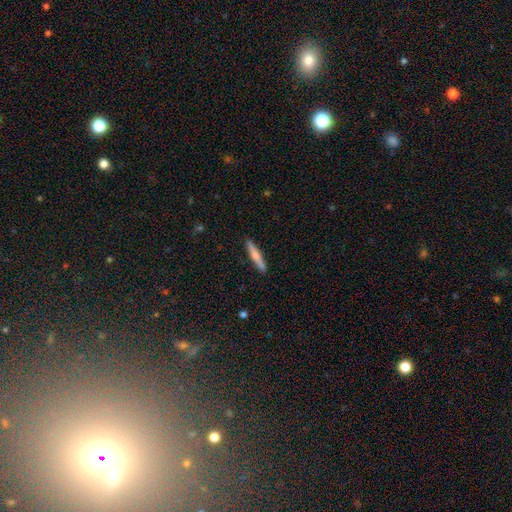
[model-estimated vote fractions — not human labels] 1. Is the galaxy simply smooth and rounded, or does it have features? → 57% smooth, 37% featured or disk, 5% star or artifact.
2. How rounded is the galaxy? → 92% cigar-shaped, 6% in between, 1% round.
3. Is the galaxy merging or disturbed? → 91% none, 6% minor disturbance, 1% major disturbance, 1% merger.